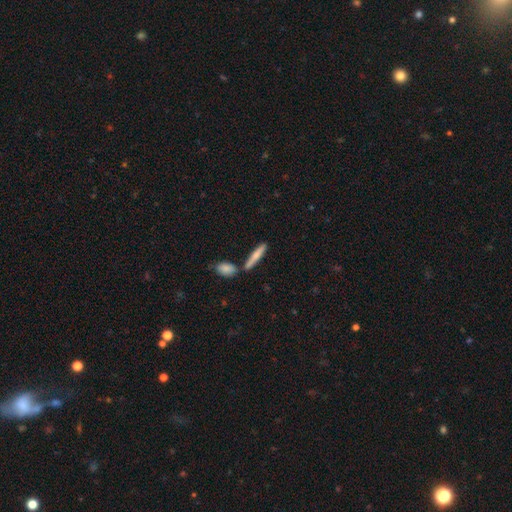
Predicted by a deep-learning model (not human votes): Smooth or featured? smooth (68%)
How rounded? cigar-shaped (84%)
Merging? none (68%)